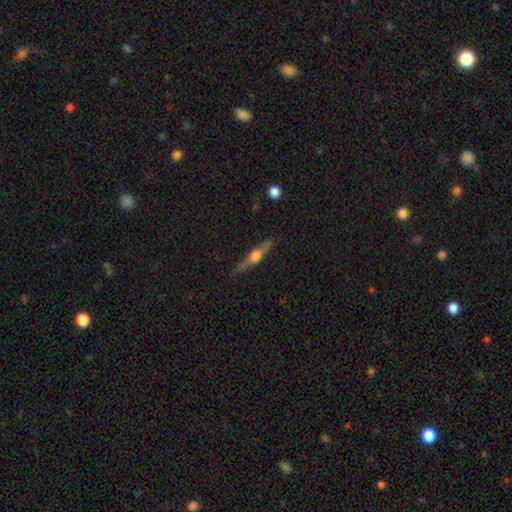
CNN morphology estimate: smooth-or-featured: featured or disk: 65% | smooth: 28% | star or artifact: 6%
  disk-edge-on: yes: 95% | no: 5%
    edge-on-bulge: rounded: 91% | boxy: 6% | none: 3%
  merging: none: 82% | minor disturbance: 14% | major disturbance: 3% | merger: 2%